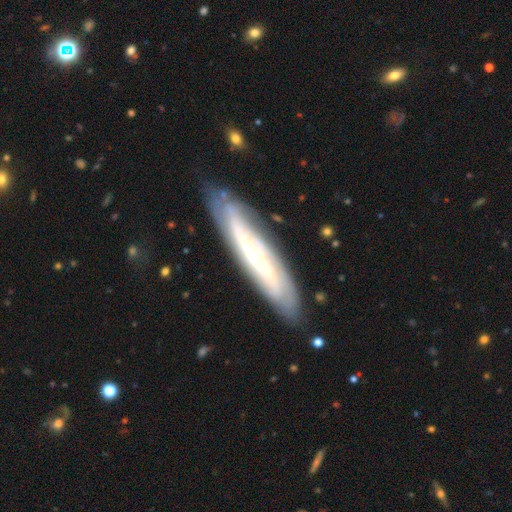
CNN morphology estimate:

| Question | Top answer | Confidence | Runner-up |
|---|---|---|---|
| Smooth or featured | featured or disk | 74% | smooth (20%) |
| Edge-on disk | no | 61% | yes (39%) |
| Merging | none | 81% | minor disturbance (14%) |